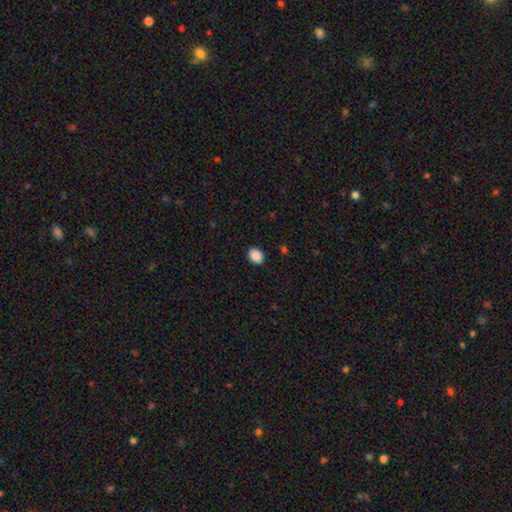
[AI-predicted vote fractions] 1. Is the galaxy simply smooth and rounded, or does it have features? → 89% smooth, 8% star or artifact, 3% featured or disk.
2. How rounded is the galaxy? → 61% in between, 38% round, 1% cigar-shaped.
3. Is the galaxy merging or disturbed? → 89% none, 8% minor disturbance, 2% major disturbance, 1% merger.